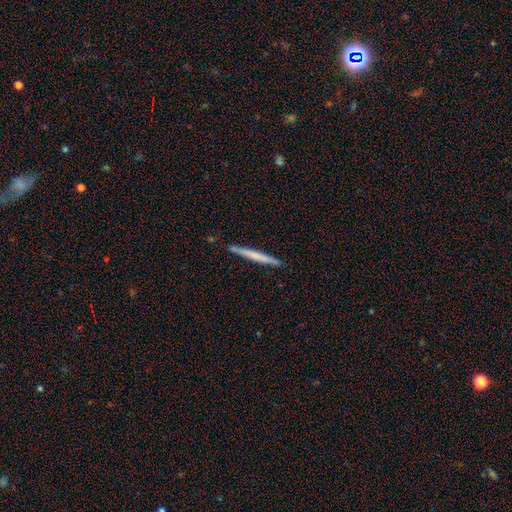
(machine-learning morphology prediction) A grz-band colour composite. It shows a smooth galaxy with no disk features (56%) that is cigar-shaped (97%). Merging: none (89%).